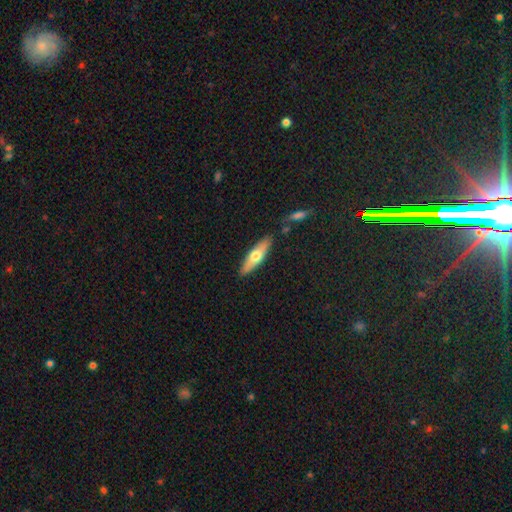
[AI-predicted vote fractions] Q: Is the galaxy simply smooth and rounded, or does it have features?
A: smooth — 55%.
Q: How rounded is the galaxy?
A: cigar-shaped — 60%.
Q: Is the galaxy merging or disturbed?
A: none — 85%.